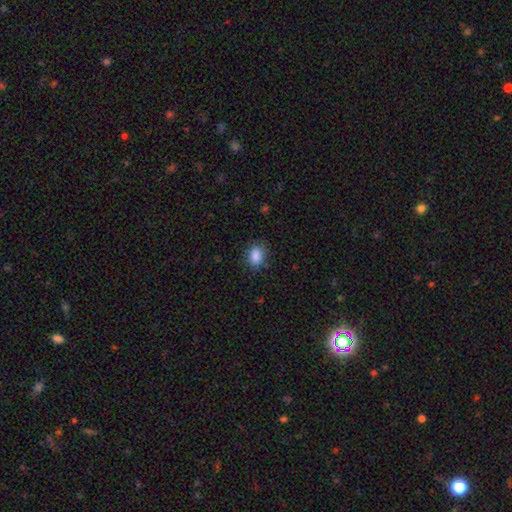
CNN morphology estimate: Smooth or featured? smooth (87%)
How rounded? in between (67%)
Merging? none (81%)